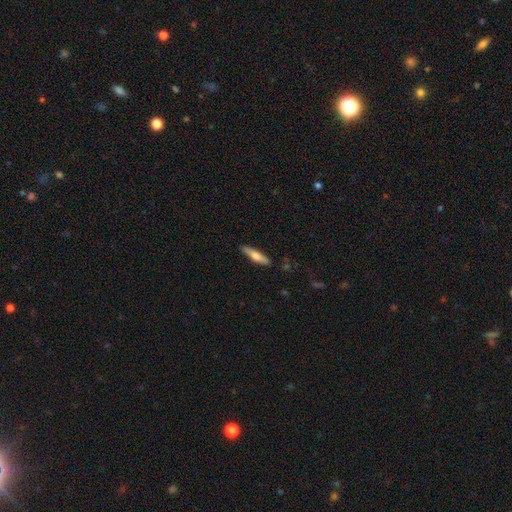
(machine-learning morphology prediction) Smooth or featured: smooth — 60% (featured or disk — 34%)
How rounded: cigar-shaped — 80% (in between — 18%)
Merging: none — 87% (minor disturbance — 10%)